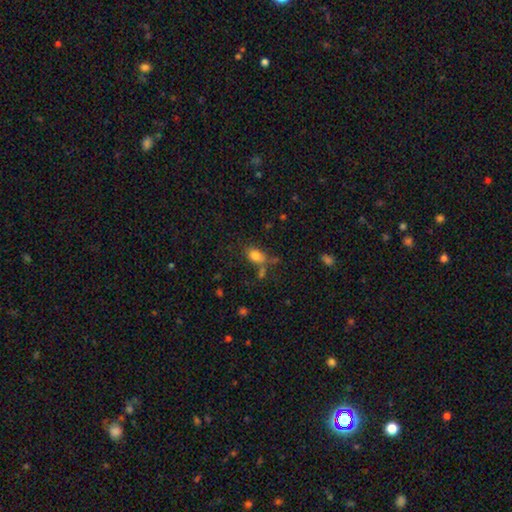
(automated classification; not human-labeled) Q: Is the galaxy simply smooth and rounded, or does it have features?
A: smooth — 80%.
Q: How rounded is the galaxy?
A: in between — 78%.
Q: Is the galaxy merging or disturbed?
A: none — 58%.